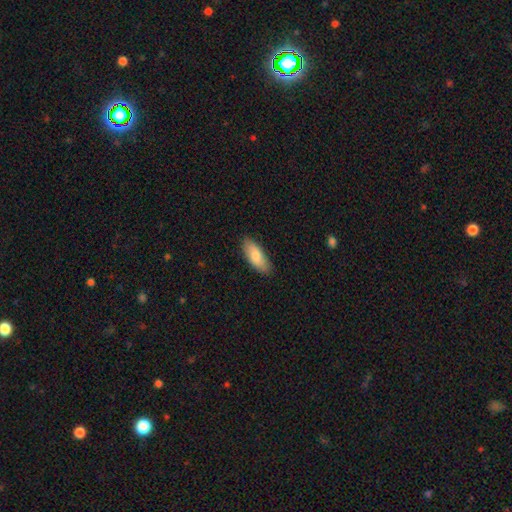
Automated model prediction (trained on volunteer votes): smooth 81%, featured or disk 13%, star or artifact 5%. Down the decision tree: how rounded — in between (78%); merging — none (86%).